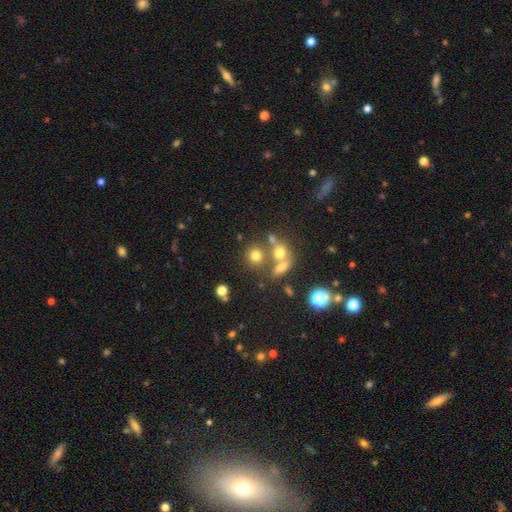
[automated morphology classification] A smooth galaxy with no disk features (69%) that is round (80%). Merging: none (58%).